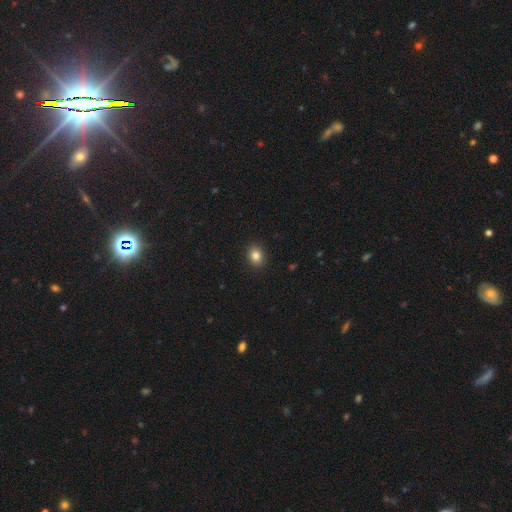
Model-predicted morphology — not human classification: Overall: smooth (84%). How rounded: in between (58%; round 41%). Merging: none (91%).